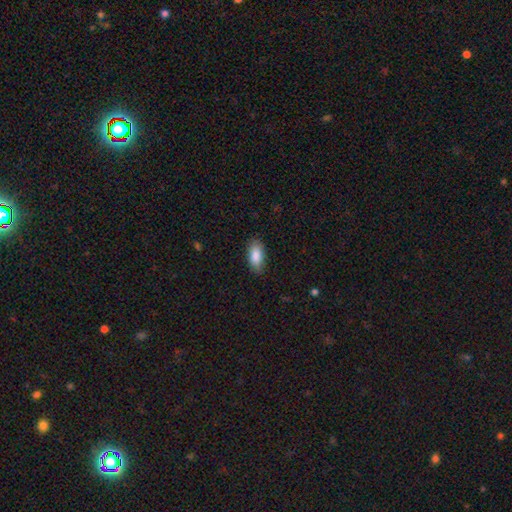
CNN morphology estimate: Q: Smooth or featured?
A: smooth (87%); runner-up: featured or disk (6%)
Q: How rounded?
A: in between (88%); runner-up: cigar-shaped (9%)
Q: Merging?
A: none (83%); runner-up: minor disturbance (13%)